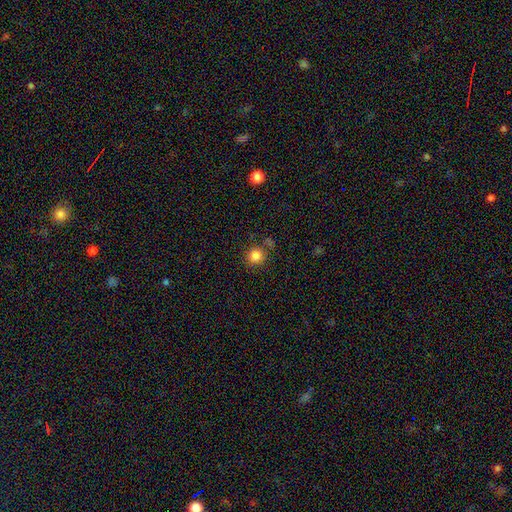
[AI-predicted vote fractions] Q: Smooth or featured?
A: smooth (84%); runner-up: star or artifact (11%)
Q: How rounded?
A: round (89%); runner-up: in between (10%)
Q: Merging?
A: none (77%); runner-up: minor disturbance (11%)